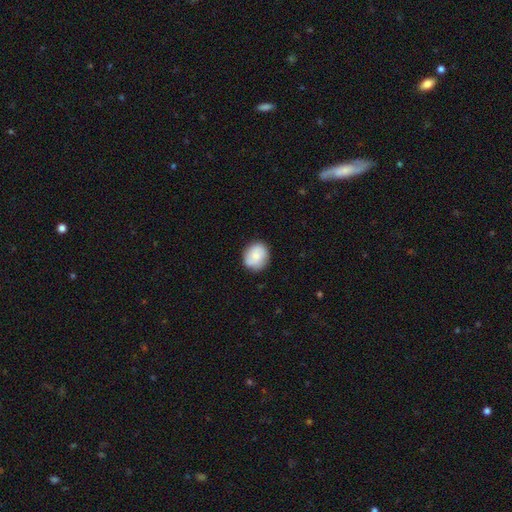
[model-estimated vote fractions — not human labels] Smooth or featured?
  - smooth: 78% *
  - featured or disk: 15%
  - star or artifact: 7%
How rounded?
  - round: 69% *
  - in between: 30%
  - cigar-shaped: 1%
Merging?
  - none: 81% *
  - minor disturbance: 14%
  - major disturbance: 3%
  - merger: 2%